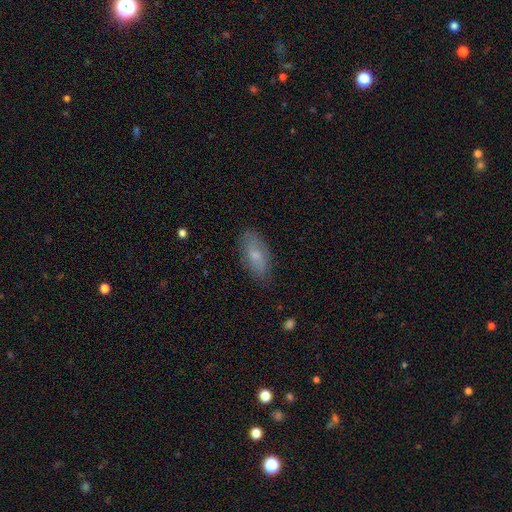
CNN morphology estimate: smooth_or_featured: smooth (p=0.60) [alt: featured or disk p=0.33]
how_rounded: in between (p=0.84) [alt: cigar-shaped p=0.12]
merging: none (p=0.79) [alt: minor disturbance p=0.16]